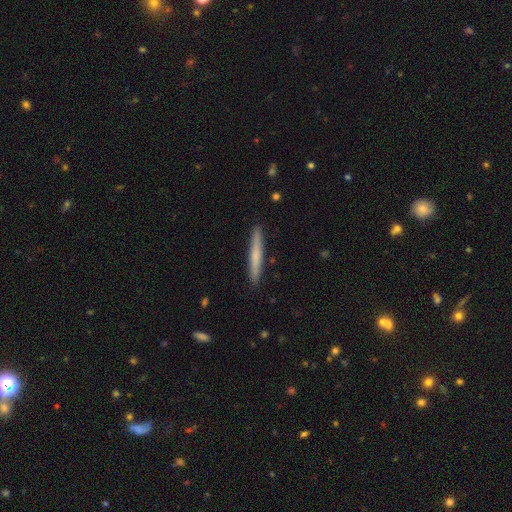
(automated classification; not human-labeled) This appears to be a smooth galaxy with no disk features (64%) that is cigar-shaped (97%). Merging: none (91%).